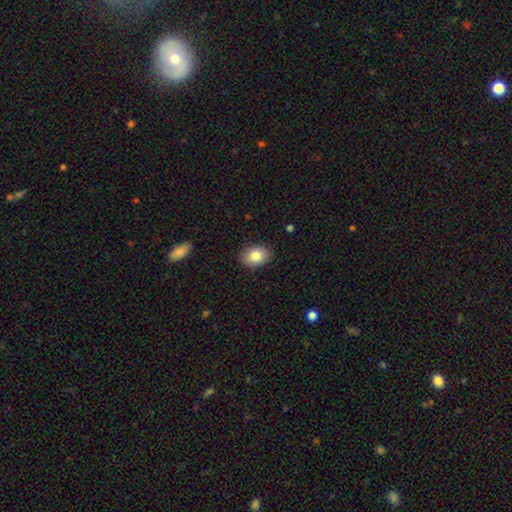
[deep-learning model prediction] Morphology: type=smooth (83%); roundness=in between (71%); merging=none (88%).